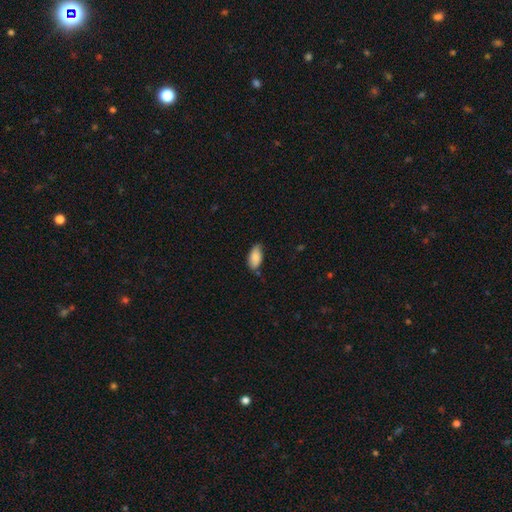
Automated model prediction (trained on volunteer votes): Q: Smooth or featured?
A: smooth (84%); runner-up: featured or disk (10%)
Q: How rounded?
A: in between (93%); runner-up: cigar-shaped (5%)
Q: Merging?
A: none (68%); runner-up: minor disturbance (26%)